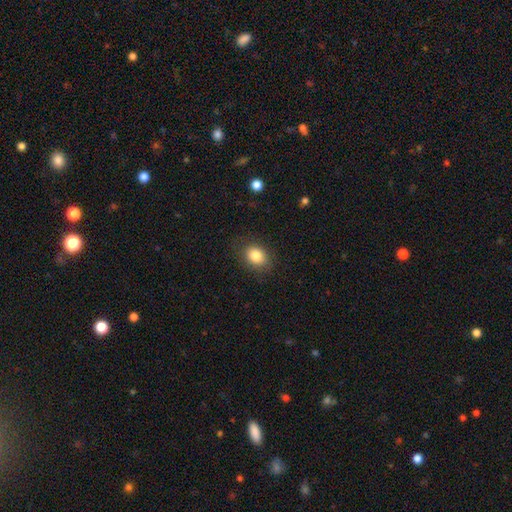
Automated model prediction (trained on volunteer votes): Morphology: type=smooth (82%); roundness=in between (54%); merging=none (83%).